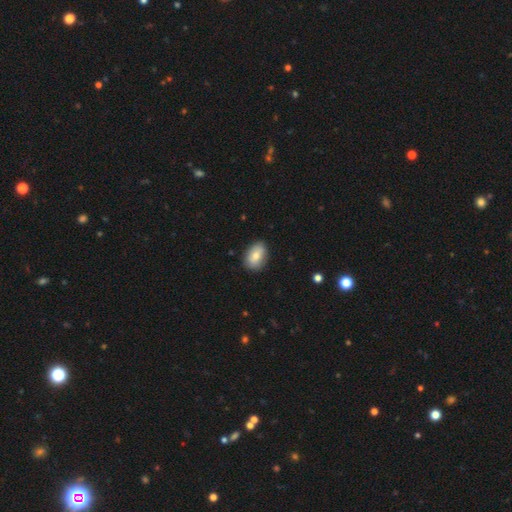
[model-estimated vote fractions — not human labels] smooth_or_featured: smooth (p=0.78) [alt: featured or disk p=0.15]
how_rounded: in between (p=0.84) [alt: round p=0.14]
merging: none (p=0.83) [alt: minor disturbance p=0.14]